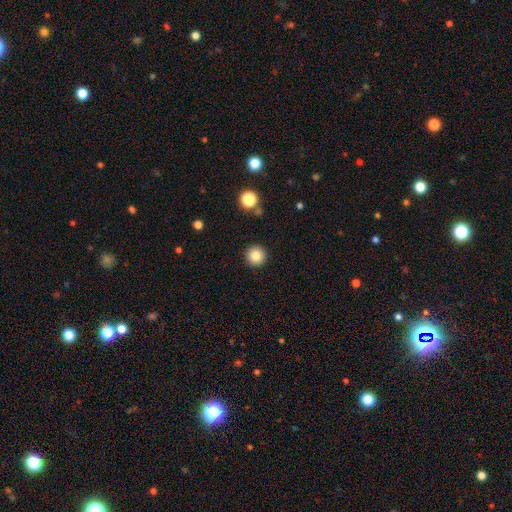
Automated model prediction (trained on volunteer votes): smooth-or-featured: smooth: 85% | star or artifact: 10% | featured or disk: 5%
  how-rounded: round: 96% | in between: 3% | cigar-shaped: 1%
  merging: none: 91% | minor disturbance: 5% | major disturbance: 2% | merger: 1%